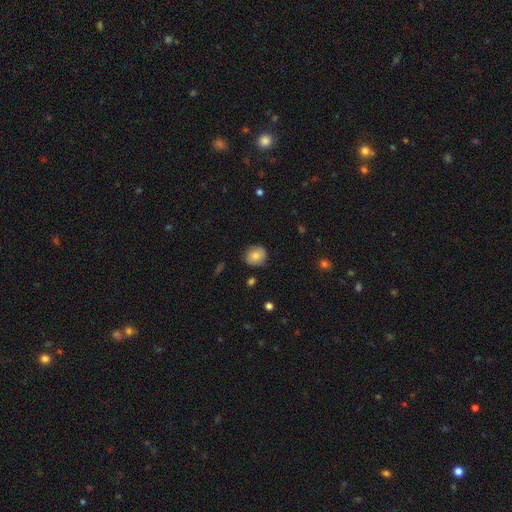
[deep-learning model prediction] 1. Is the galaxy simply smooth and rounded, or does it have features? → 77% smooth, 15% featured or disk, 9% star or artifact.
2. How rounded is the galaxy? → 83% round, 16% in between, 1% cigar-shaped.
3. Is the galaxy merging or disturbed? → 83% none, 13% minor disturbance, 3% major disturbance, 1% merger.